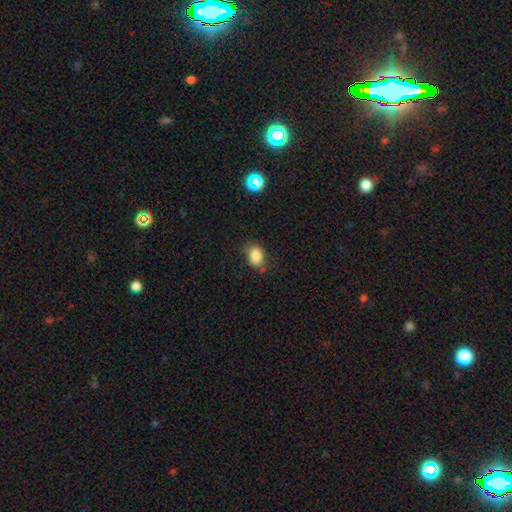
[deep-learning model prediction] Q: Smooth or featured?
A: smooth (86%); runner-up: star or artifact (9%)
Q: How rounded?
A: in between (73%); runner-up: round (25%)
Q: Merging?
A: none (71%); runner-up: minor disturbance (21%)